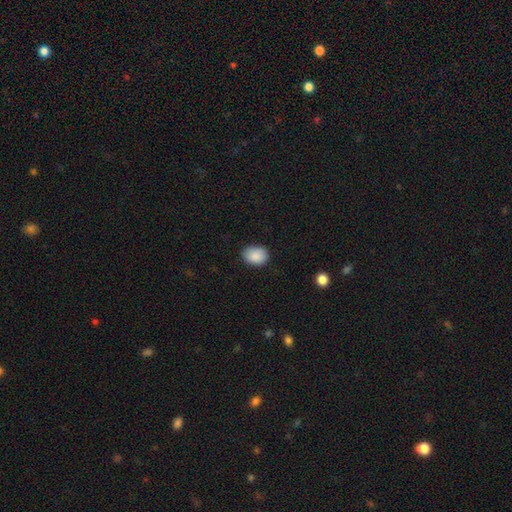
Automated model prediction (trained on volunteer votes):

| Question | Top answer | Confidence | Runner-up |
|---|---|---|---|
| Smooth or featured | smooth | 89% | star or artifact (8%) |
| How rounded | in between | 68% | round (31%) |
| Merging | none | 82% | minor disturbance (14%) |